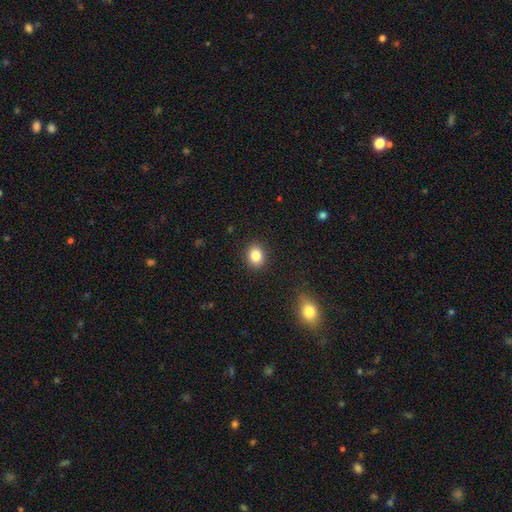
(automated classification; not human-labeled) Morphology: type=smooth (85%); roundness=round (60%); merging=none (90%).